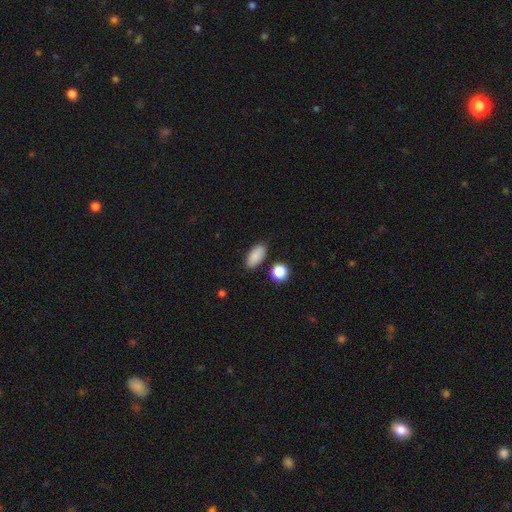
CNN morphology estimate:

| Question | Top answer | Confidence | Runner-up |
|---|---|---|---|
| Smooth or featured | smooth | 87% | star or artifact (8%) |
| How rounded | in between | 88% | cigar-shaped (7%) |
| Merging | none | 85% | minor disturbance (9%) |